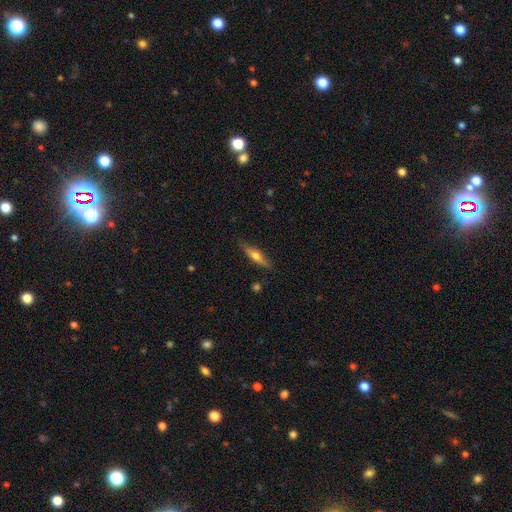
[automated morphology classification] type=smooth (47%, tied with featured or disk); merging=none (85%).